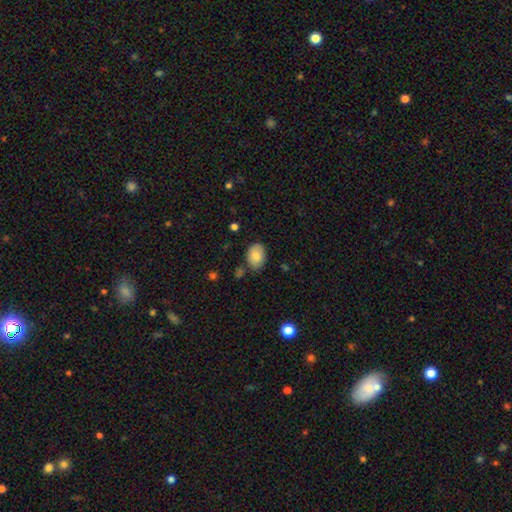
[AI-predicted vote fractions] Morphology: type=smooth (84%); roundness=in between (80%); merging=none (74%).